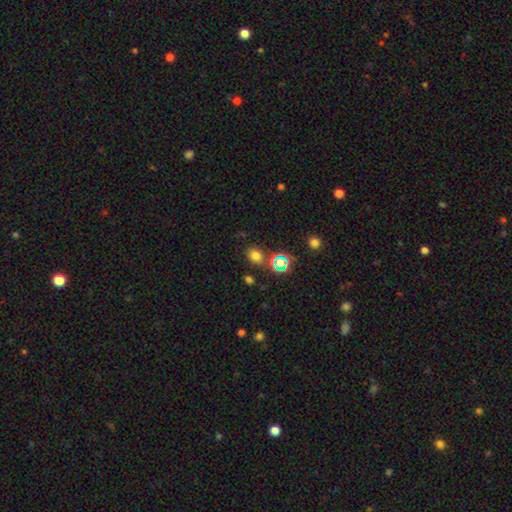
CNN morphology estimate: Smooth or featured?
  - smooth: 70% *
  - star or artifact: 24%
  - featured or disk: 6%
How rounded?
  - round: 54% *
  - in between: 45%
  - cigar-shaped: 1%
Merging?
  - none: 79% *
  - minor disturbance: 10%
  - merger: 7%
  - major disturbance: 4%